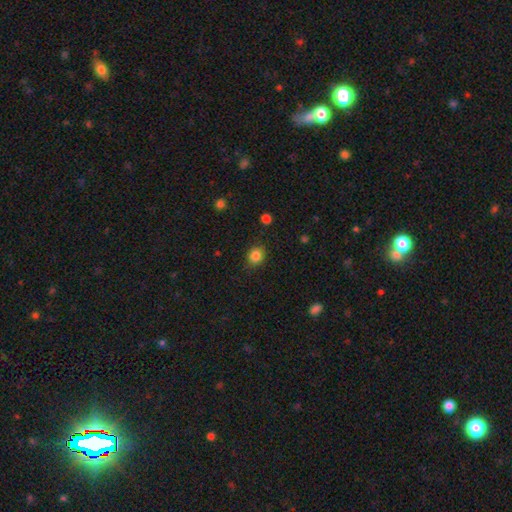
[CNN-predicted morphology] Smooth or featured?
  - smooth: 85% *
  - star or artifact: 11%
  - featured or disk: 5%
How rounded?
  - round: 65% *
  - in between: 34%
  - cigar-shaped: 1%
Merging?
  - none: 85% *
  - minor disturbance: 11%
  - major disturbance: 3%
  - merger: 1%